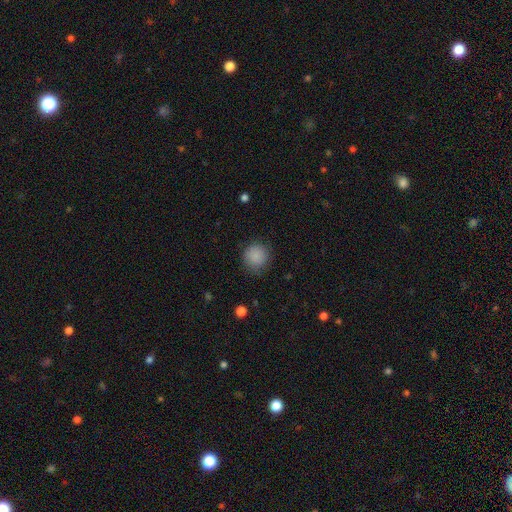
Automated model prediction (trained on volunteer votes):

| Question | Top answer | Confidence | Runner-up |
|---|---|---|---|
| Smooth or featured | smooth | 87% | star or artifact (9%) |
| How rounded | round | 92% | in between (7%) |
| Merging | none | 81% | minor disturbance (14%) |